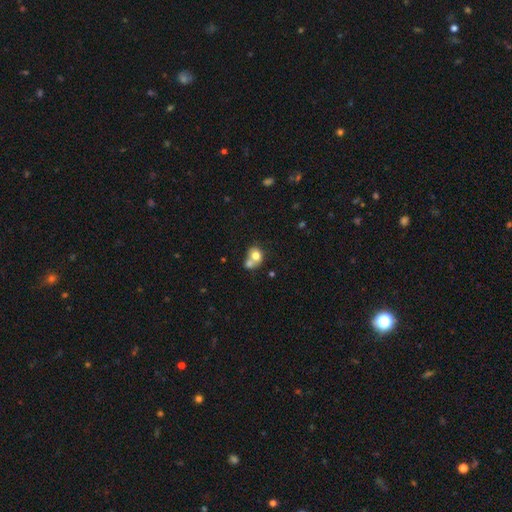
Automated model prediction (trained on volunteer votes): Smooth or featured?
  - smooth: 72% *
  - featured or disk: 18%
  - star or artifact: 10%
How rounded?
  - round: 62% *
  - in between: 37%
  - cigar-shaped: 1%
Merging?
  - merger: 60% *
  - none: 26%
  - minor disturbance: 9%
  - major disturbance: 5%